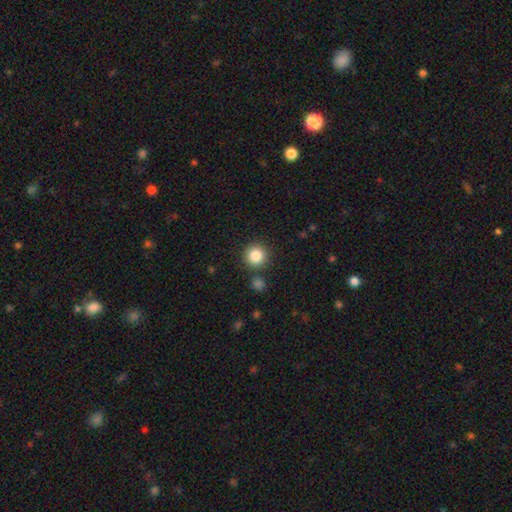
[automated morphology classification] This appears to be a smooth galaxy with no disk features (86%) that is round (94%). Merging: none (84%).